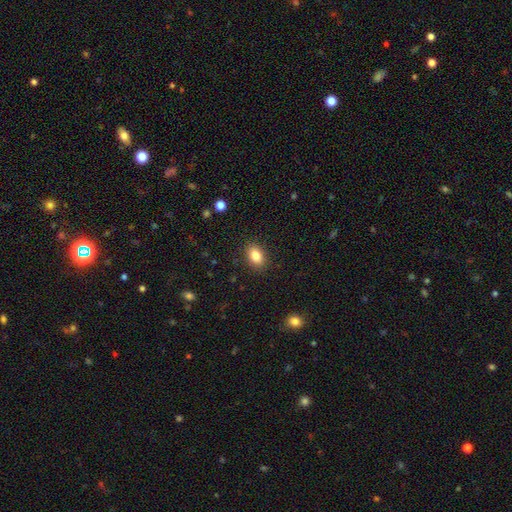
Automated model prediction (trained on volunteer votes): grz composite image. It shows a smooth galaxy with no disk features (85%) that is in between round and cigar-shaped (83%). Merging: none (88%).